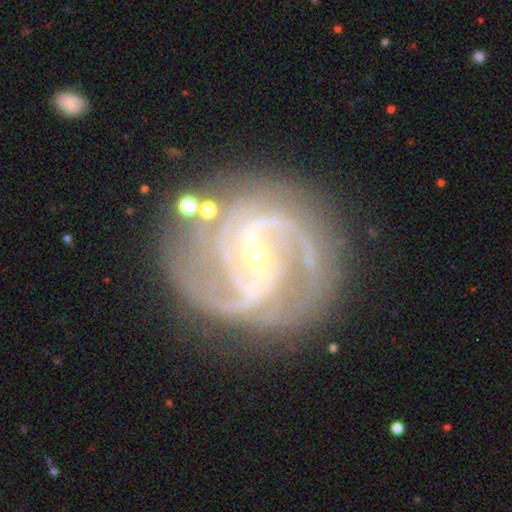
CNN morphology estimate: type=featured or disk (92%); edge-on=no (98%); bar=weak (41%); spiral arms=yes (98%); winding=medium (56%); arm count=2 (48%); bulge=small (80%); merging=none (75%).